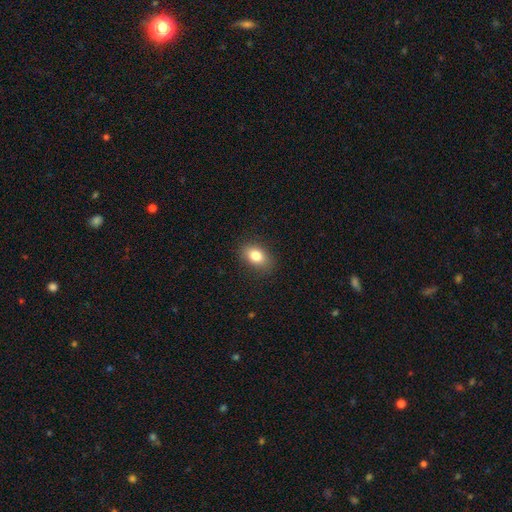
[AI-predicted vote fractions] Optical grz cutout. It shows a smooth galaxy with no disk features (82%) that is in between round and cigar-shaped (81%). Merging: none (86%).